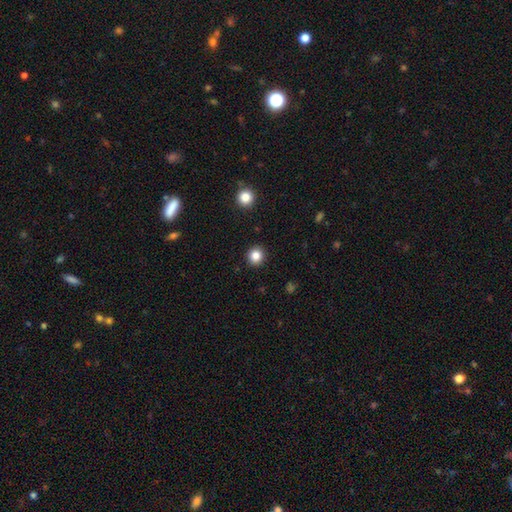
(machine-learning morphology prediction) smooth 83%, star or artifact 12%, featured or disk 5%. Down the decision tree: how rounded — round (93%); merging — none (92%).